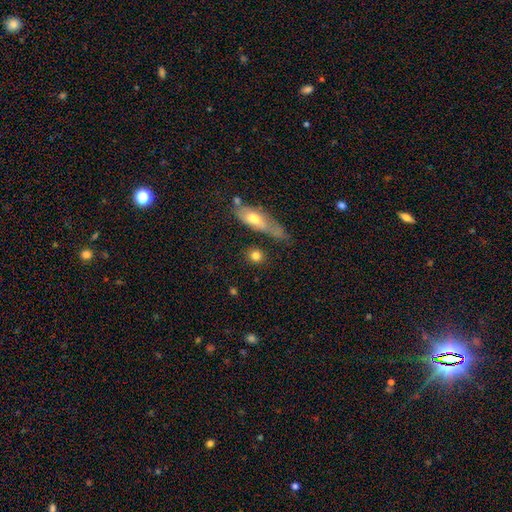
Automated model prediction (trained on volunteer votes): Smooth or featured? smooth (80%)
How rounded? round (69%)
Merging? none (77%)